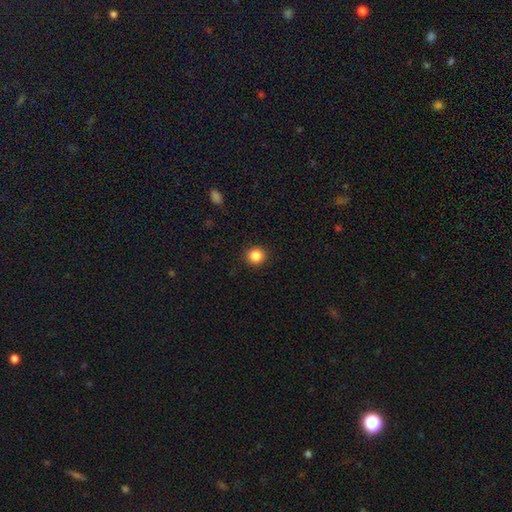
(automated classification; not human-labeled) A smooth galaxy with no disk features (86%) that is round (91%).

Vote fractions:
- Smooth or featured? smooth: 86% / star or artifact: 10% / featured or disk: 4%
- How rounded? round: 91% / in between: 8% / cigar-shaped: 1%
- Merging? none: 91% / minor disturbance: 6% / major disturbance: 2% / merger: 1%